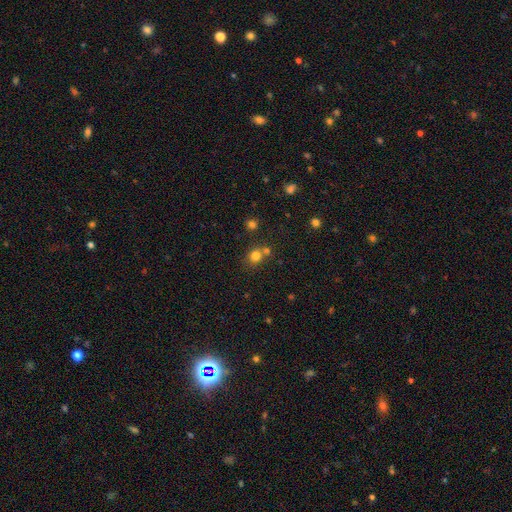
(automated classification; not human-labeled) Smooth or featured: smooth — 77% (star or artifact — 16%)
How rounded: round — 79% (in between — 20%)
Merging: none — 58% (merger — 30%)